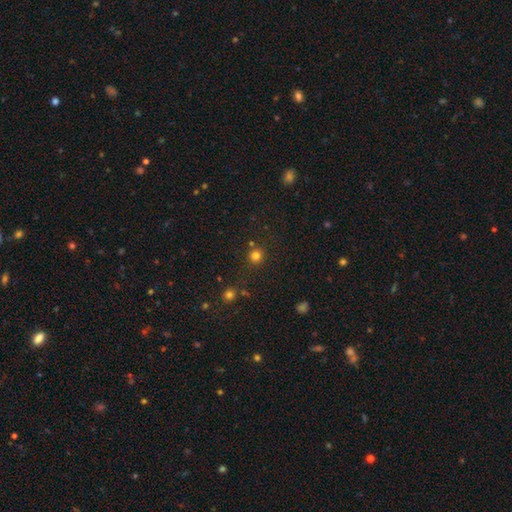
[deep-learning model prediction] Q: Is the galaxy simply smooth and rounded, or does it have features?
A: smooth — 77%.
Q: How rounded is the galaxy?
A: round — 91%.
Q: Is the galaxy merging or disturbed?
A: none — 82%.